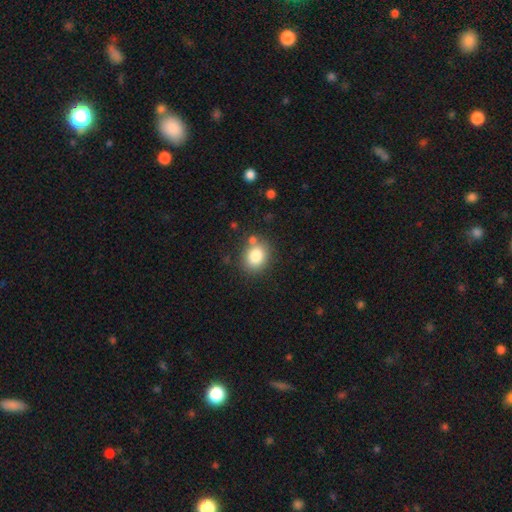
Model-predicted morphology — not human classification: smooth 81%, star or artifact 10%, featured or disk 9%. Down the decision tree: how rounded — round (65%); merging — none (75%).